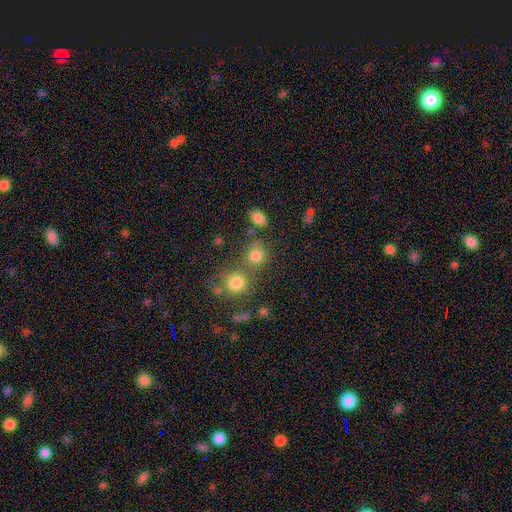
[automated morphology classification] A smooth galaxy with no disk features (78%) that is round (76%). Merging: none (58%).